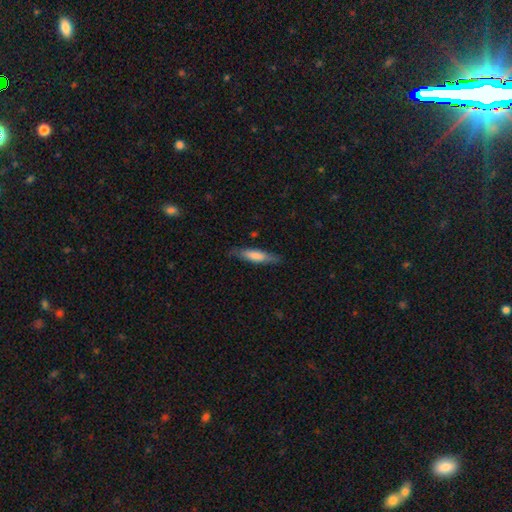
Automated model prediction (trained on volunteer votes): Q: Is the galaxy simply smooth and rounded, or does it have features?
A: smooth — 69%.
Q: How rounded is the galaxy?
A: cigar-shaped — 77%.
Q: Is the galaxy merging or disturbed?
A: none — 80%.